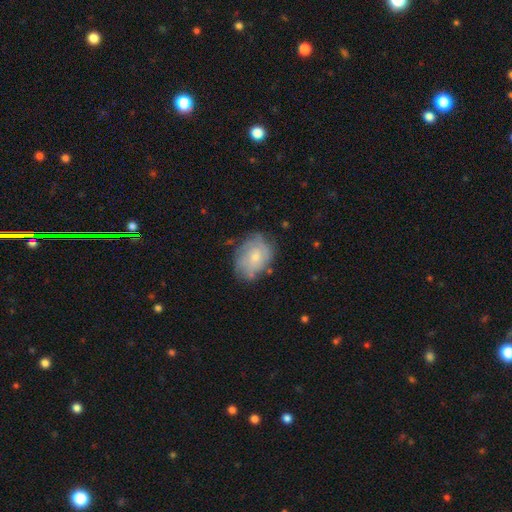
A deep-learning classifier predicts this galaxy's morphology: A smooth galaxy with no disk features (48%).

Vote fractions:
- Smooth or featured? smooth: 48% / featured or disk: 43% / star or artifact: 8%
- Merging? none: 68% / minor disturbance: 23% / major disturbance: 7% / merger: 2%